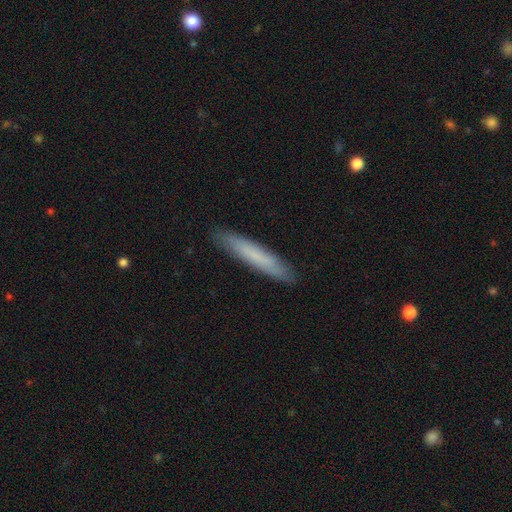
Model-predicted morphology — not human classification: A smooth galaxy with no disk features (71%) that is cigar-shaped (93%). Merging: none (90%).